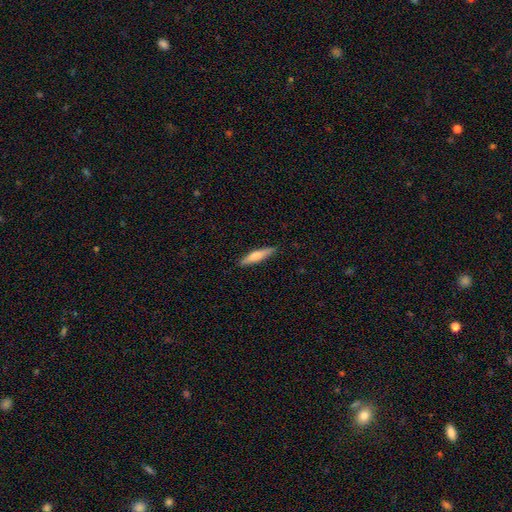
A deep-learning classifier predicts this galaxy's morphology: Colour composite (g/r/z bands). It shows a smooth galaxy with no disk features (61%) that is cigar-shaped (86%). Merging: none (90%).